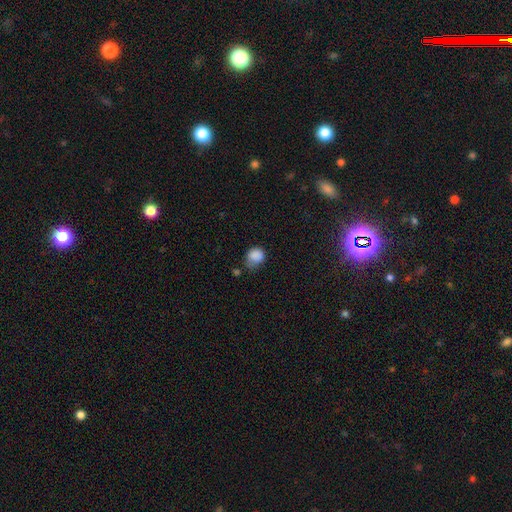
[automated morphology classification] type=smooth (85%); roundness=round (72%); merging=none (48%).